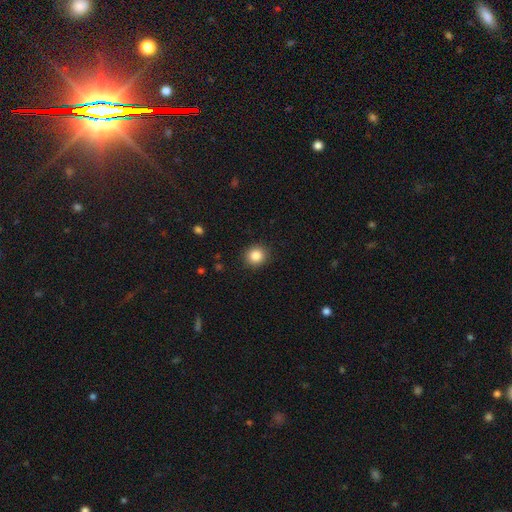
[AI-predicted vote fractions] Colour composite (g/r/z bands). It shows a smooth galaxy with no disk features (85%) that is round (88%). Merging: none (91%).